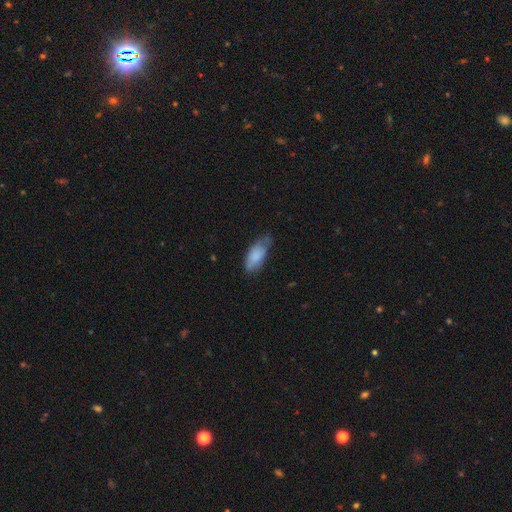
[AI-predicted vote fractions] Smooth or featured? Predicted: smooth (p=0.80). How rounded? Predicted: in between (p=0.86). Merging? Predicted: none (p=0.53).